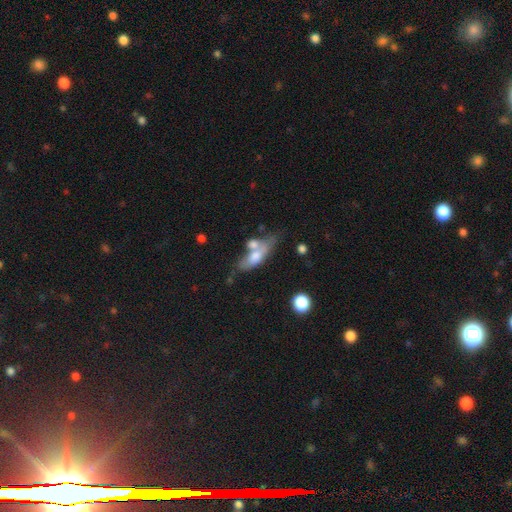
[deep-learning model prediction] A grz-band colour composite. It shows a smooth galaxy with no disk features (58%) that is in between round and cigar-shaped (61%). Merging: none (38%).